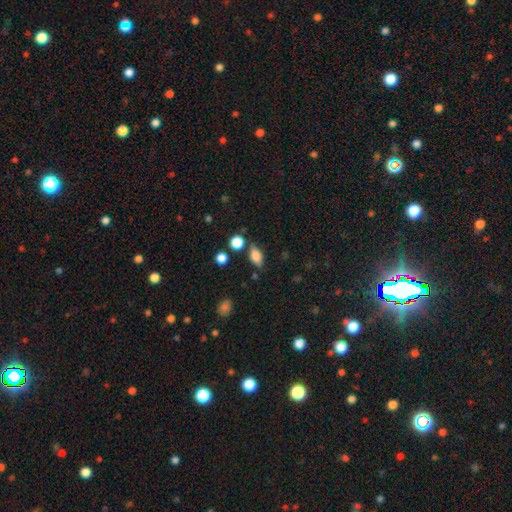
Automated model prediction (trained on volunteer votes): The model was most divided on "merging": none: 73%, minor disturbance: 16%, merger: 7%, major disturbance: 4%. More confident: how rounded — in between (84%); smooth or featured — smooth (80%).